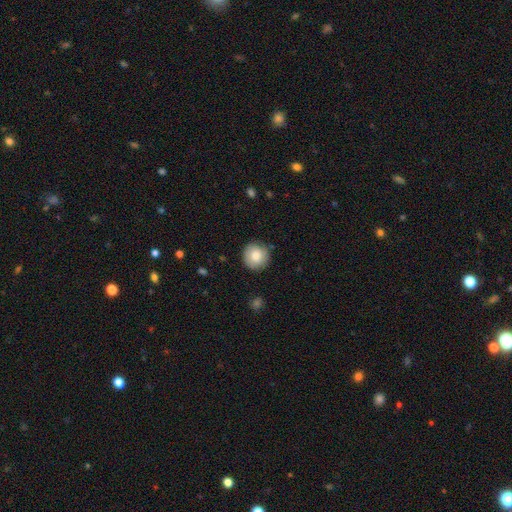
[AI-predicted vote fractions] A smooth galaxy with no disk features (81%) that is round (94%). Merging: none (87%).